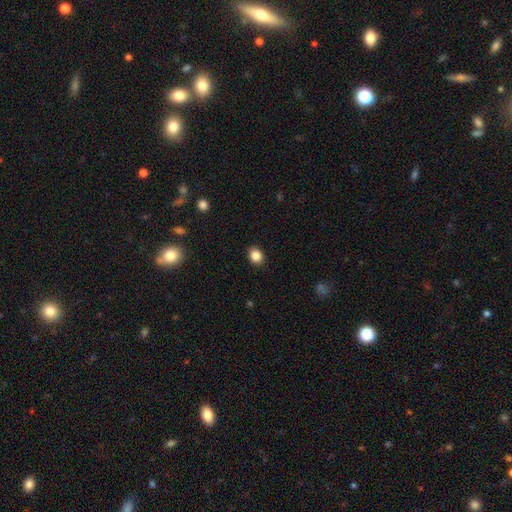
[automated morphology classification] type=smooth (86%); roundness=round (57%); merging=none (90%).